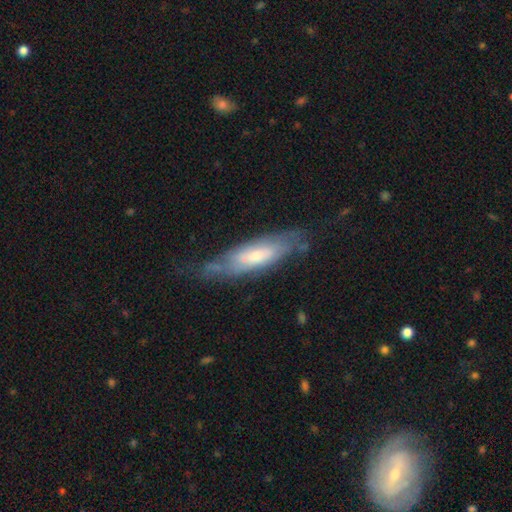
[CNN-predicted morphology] Smooth or featured?
  - featured or disk: 60% *
  - smooth: 34%
  - star or artifact: 6%
Edge-on disk?
  - no: 64% *
  - yes: 36%
Merging?
  - none: 58% *
  - minor disturbance: 28%
  - major disturbance: 12%
  - merger: 2%